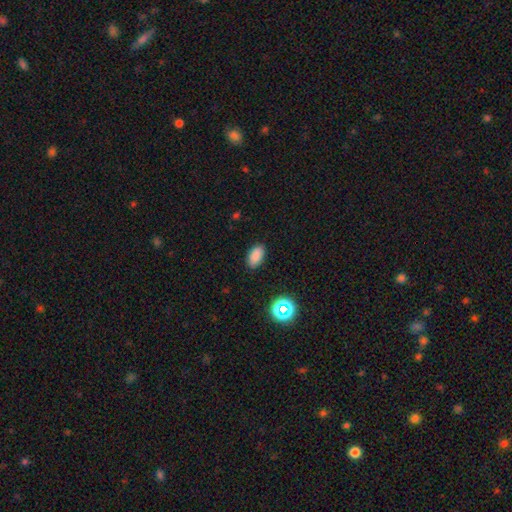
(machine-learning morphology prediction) Overall: smooth (84%). How rounded: in between (92%). Merging: none (88%).